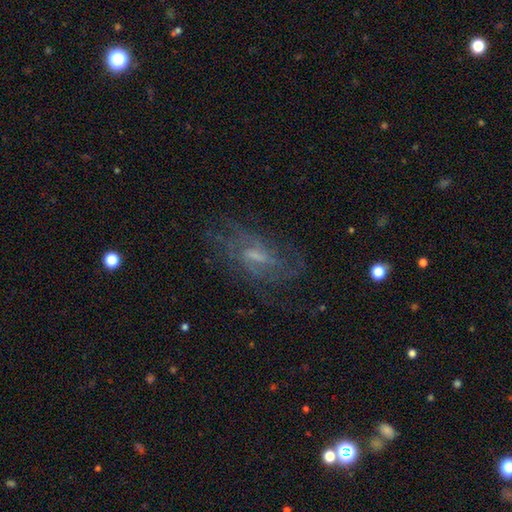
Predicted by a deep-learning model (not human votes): The model was most divided on "spiral winding": medium: 42%, tight: 39%, loose: 19%. Remaining: edge-on disk — no (90%); spiral arms — yes (84%); smooth or featured — featured or disk (71%); merging — none (68%); spiral arm count — can't tell (53%); bar — weak (53%); bulge size — small (39%).